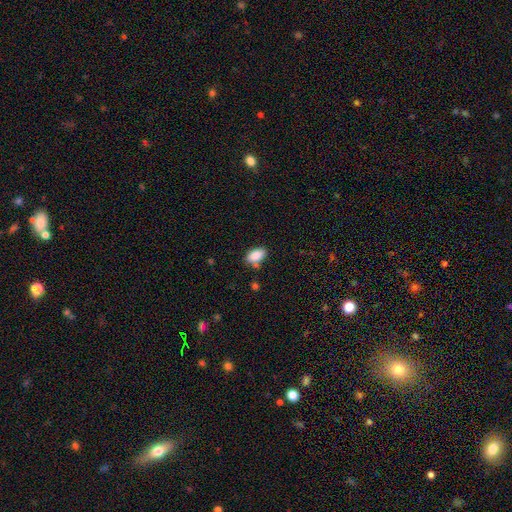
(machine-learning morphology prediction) This is clearly a smooth galaxy (87%). How rounded: clearly in between (92%). Merging: likely none (70%).